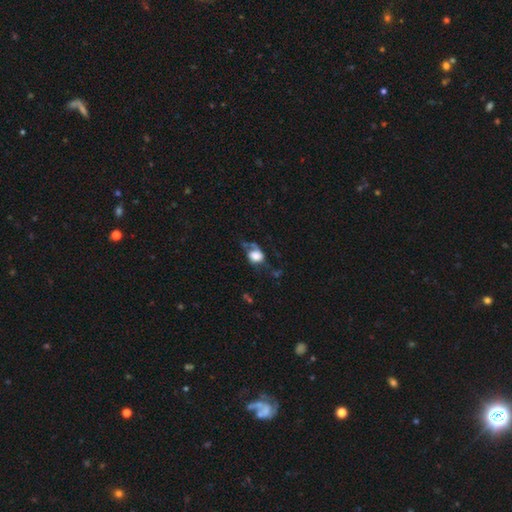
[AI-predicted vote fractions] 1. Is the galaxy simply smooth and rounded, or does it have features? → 60% smooth, 29% featured or disk, 10% star or artifact.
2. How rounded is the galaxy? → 49% in between (tied), 49% round (tied), 2% cigar-shaped.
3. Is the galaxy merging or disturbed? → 38% major disturbance, 29% none, 23% minor disturbance, 10% merger.